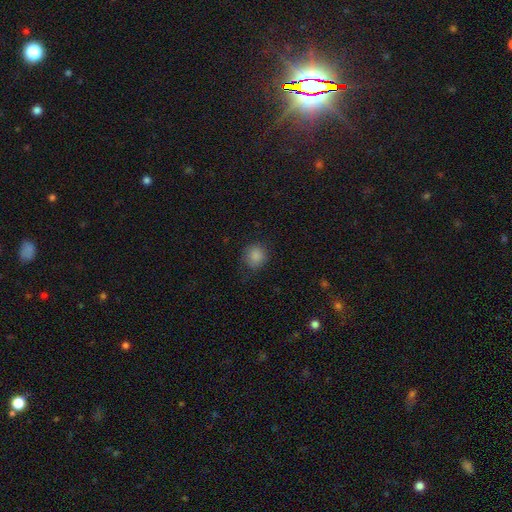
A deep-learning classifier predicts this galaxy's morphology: Smooth or featured? smooth (86%)
How rounded? round (86%)
Merging? none (80%)